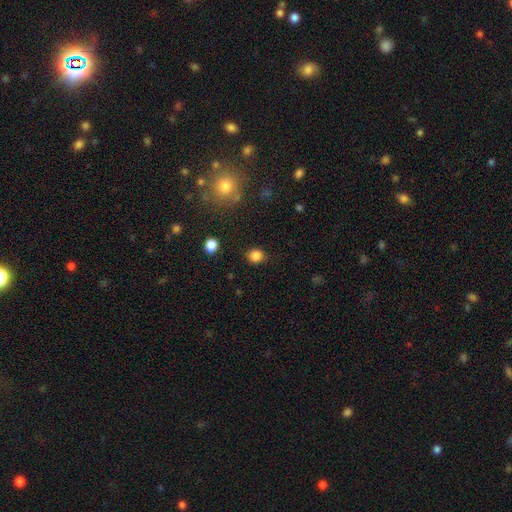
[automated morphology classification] This is clearly a smooth galaxy (84%). How rounded: likely round (79%). Merging: clearly none (85%).